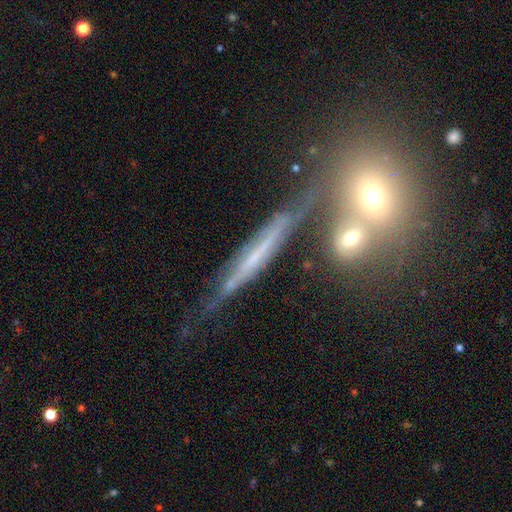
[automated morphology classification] Q: Smooth or featured?
A: featured or disk (68%); runner-up: smooth (22%)
Q: Edge-on disk?
A: yes (81%); runner-up: no (19%)
Q: Edge-on bulge?
A: none (68%); runner-up: rounded (18%)
Q: Merging?
A: none (53%); runner-up: minor disturbance (20%)